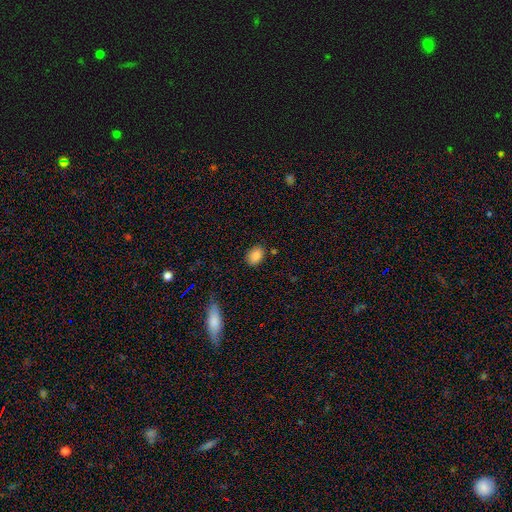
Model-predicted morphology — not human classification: smooth 86%, star or artifact 9%, featured or disk 5%. Down the decision tree: how rounded — in between (72%); merging — none (81%).